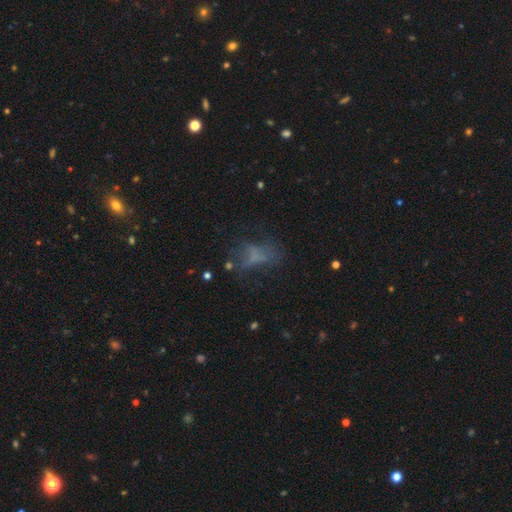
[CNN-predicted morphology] smooth 43%, featured or disk 32%, star or artifact 25%. Down the decision tree: merging — none (42%).